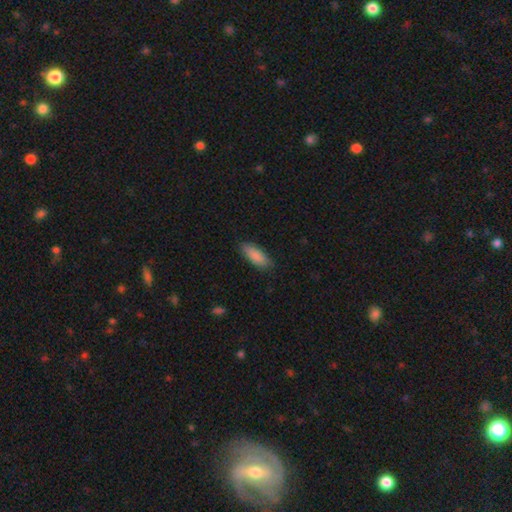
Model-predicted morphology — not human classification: type=smooth (89%); roundness=in between (73%); merging=none (84%).